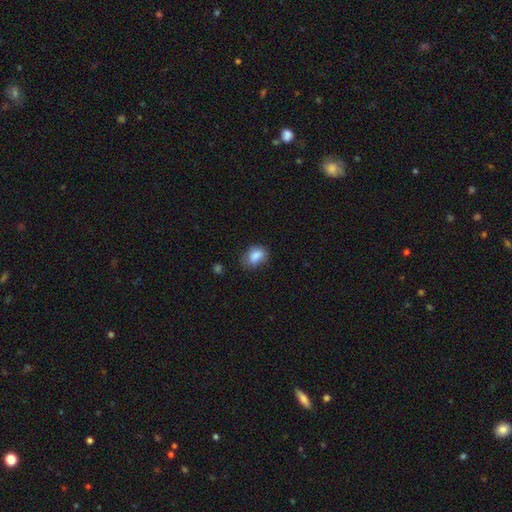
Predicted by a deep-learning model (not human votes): A smooth galaxy with no disk features (82%) that is in between round and cigar-shaped (75%).

Vote fractions:
- Smooth or featured? smooth: 82% / featured or disk: 9% / star or artifact: 8%
- How rounded? in between: 75% / round: 24% / cigar-shaped: 2%
- Merging? none: 59% / minor disturbance: 29% / major disturbance: 8% / merger: 3%